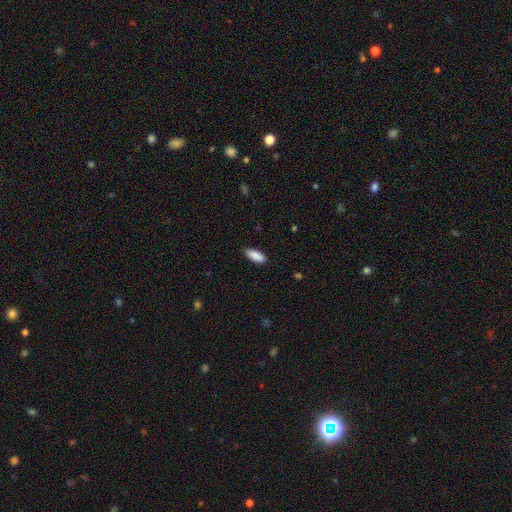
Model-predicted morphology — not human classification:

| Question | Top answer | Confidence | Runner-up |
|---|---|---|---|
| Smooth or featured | smooth | 89% | star or artifact (6%) |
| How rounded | in between | 80% | cigar-shaped (18%) |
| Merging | none | 81% | minor disturbance (16%) |